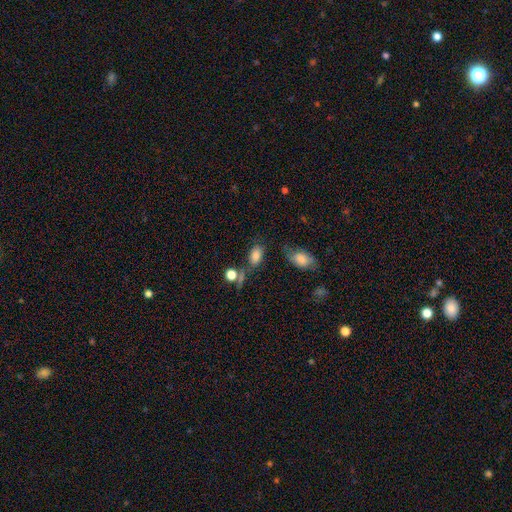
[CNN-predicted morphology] smooth 81%, star or artifact 11%, featured or disk 8%. Down the decision tree: how rounded — in between (87%); merging — none (58%).